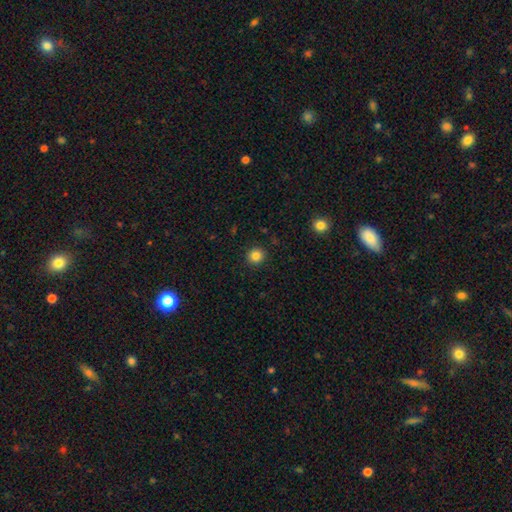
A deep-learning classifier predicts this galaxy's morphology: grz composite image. It shows a smooth galaxy with no disk features (85%) that is round (93%). Merging: none (92%).